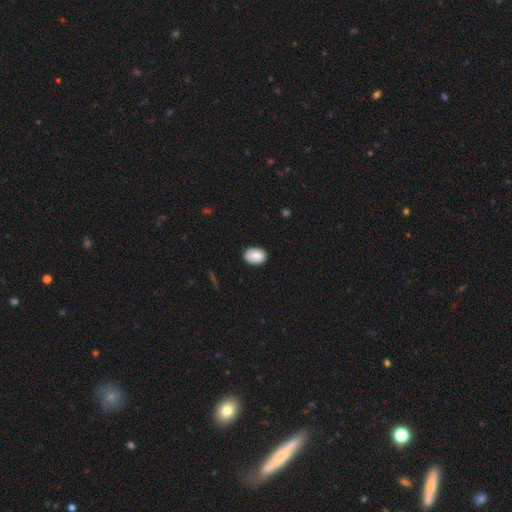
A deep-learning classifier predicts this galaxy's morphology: Smooth or featured? Predicted: smooth (p=0.84). How rounded? Predicted: in between (p=0.77). Merging? Predicted: none (p=0.82).